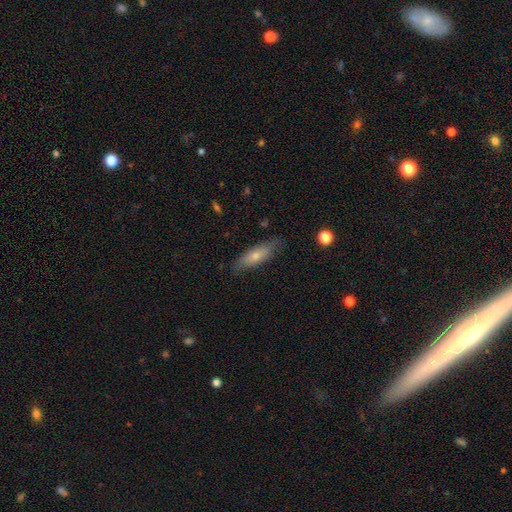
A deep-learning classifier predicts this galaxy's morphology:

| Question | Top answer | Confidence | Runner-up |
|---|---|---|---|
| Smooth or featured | smooth | 67% | featured or disk (27%) |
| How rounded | in between | 49% | tied: cigar-shaped (49%) |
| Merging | none | 76% | minor disturbance (19%) |